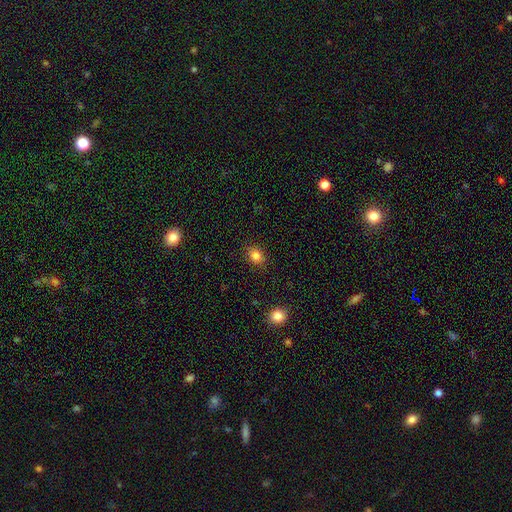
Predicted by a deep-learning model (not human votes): A smooth galaxy with no disk features (84%) that is round (57%). Merging: none (86%).